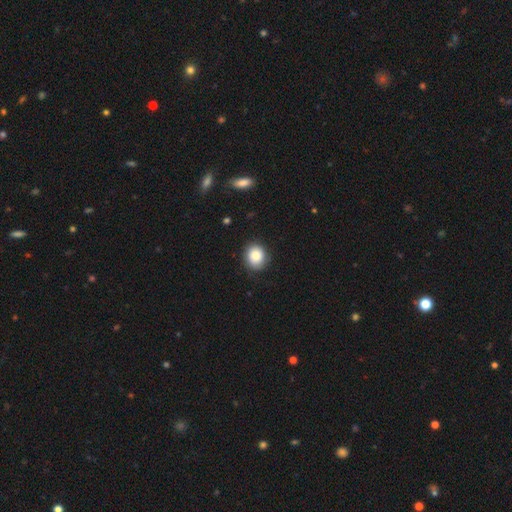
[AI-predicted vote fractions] smooth-or-featured: smooth: 85% | star or artifact: 8% | featured or disk: 7%
  how-rounded: round: 74% | in between: 25% | cigar-shaped: 1%
  merging: none: 84% | minor disturbance: 12% | major disturbance: 3% | merger: 1%